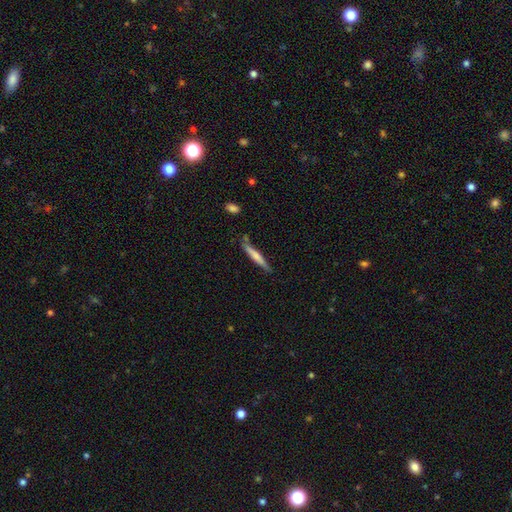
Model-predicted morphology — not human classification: A smooth galaxy with no disk features (57%) that is cigar-shaped (94%).

Vote fractions:
- Smooth or featured? smooth: 57% / featured or disk: 38% / star or artifact: 5%
- How rounded? cigar-shaped: 94% / in between: 4% / round: 1%
- Merging? none: 79% / minor disturbance: 15% / merger: 4% / major disturbance: 3%